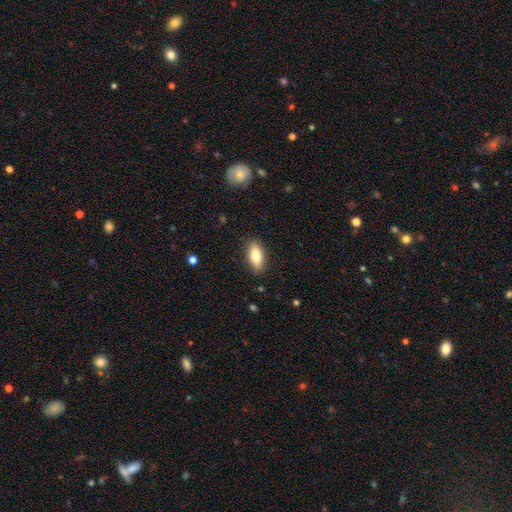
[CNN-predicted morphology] type=smooth (79%); roundness=in between (78%); merging=none (87%).